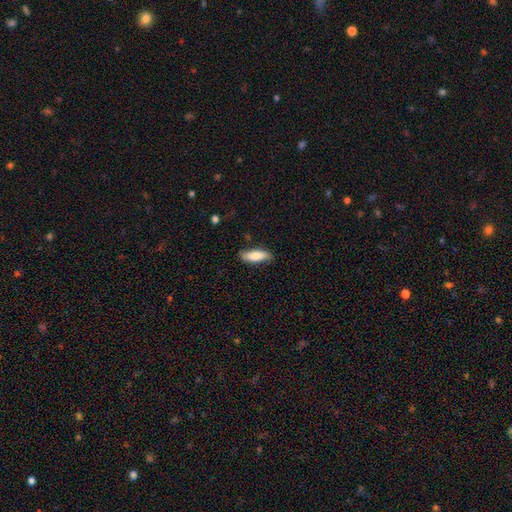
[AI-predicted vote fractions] This appears to be a smooth galaxy with no disk features (79%) that is in between round and cigar-shaped (61%). Merging: none (78%).